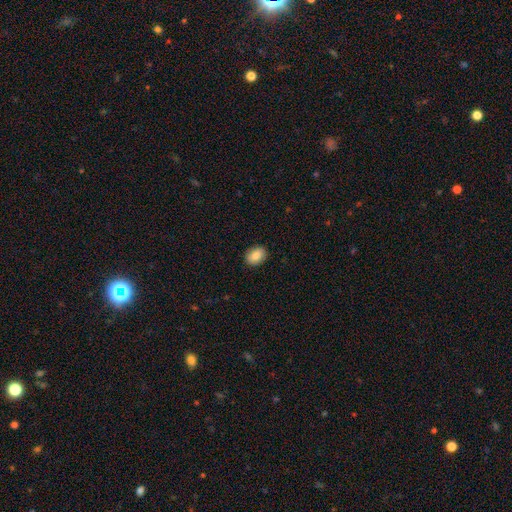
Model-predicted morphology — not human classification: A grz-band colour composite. It shows a smooth galaxy with no disk features (85%) that is in between round and cigar-shaped (67%). Merging: none (90%).